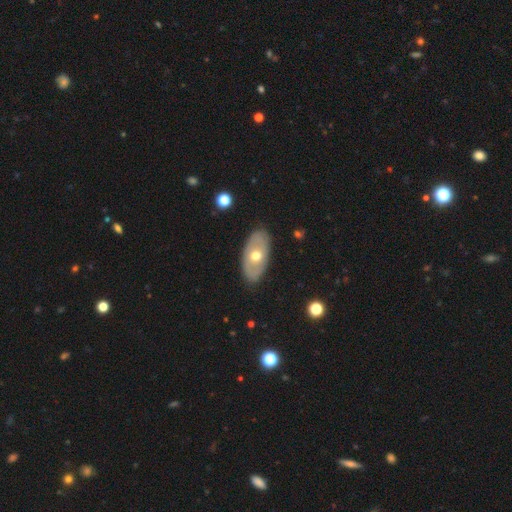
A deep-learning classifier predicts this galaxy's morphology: A featured or disk galaxy (48%). Merging: none (84%).